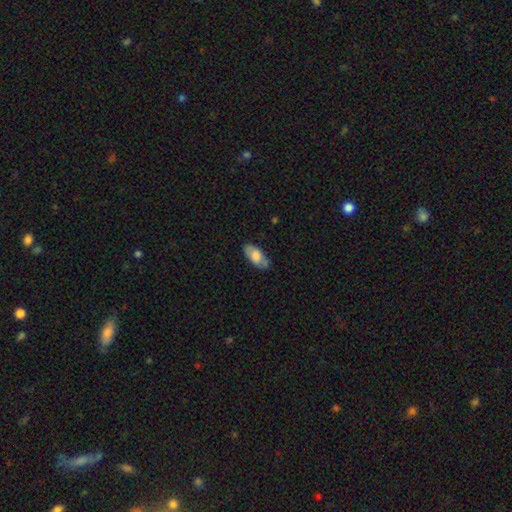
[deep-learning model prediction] The model was most divided on "smooth or featured": smooth: 70%, featured or disk: 24%, star or artifact: 6%. More confident: how rounded — in between (90%); merging — none (79%).